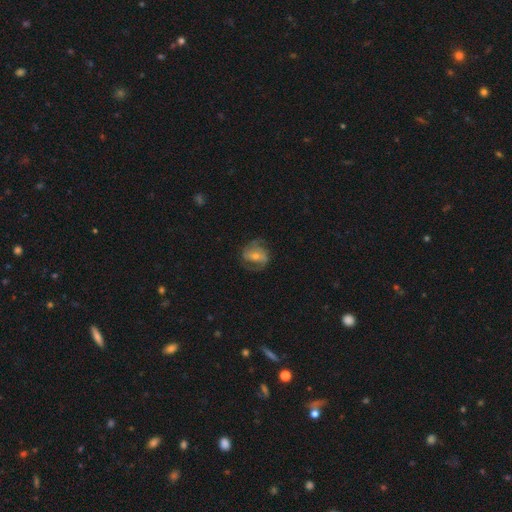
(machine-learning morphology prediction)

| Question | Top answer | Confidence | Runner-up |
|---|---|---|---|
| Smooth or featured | featured or disk | 73% | smooth (18%) |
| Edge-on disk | no | 97% | yes (3%) |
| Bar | weak | 40% | no (36%) |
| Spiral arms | yes | 90% | no (10%) |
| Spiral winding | medium | 48% | tight (31%) |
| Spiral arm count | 2 | 69% | can't tell (13%) |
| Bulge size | moderate | 49% | small (46%) |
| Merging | none | 72% | minor disturbance (17%) |